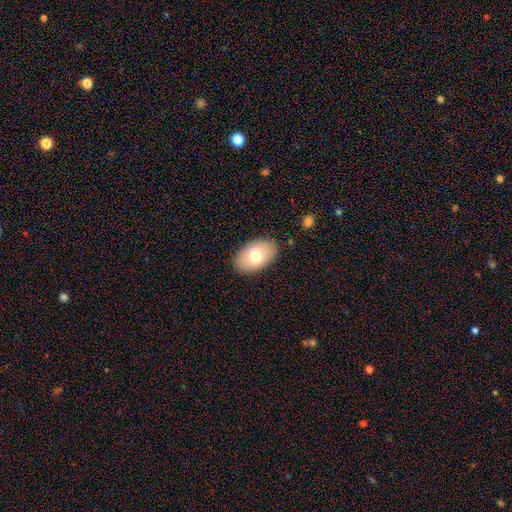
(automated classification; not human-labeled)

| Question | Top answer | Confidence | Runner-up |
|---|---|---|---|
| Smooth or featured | smooth | 72% | featured or disk (22%) |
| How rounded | in between | 92% | round (6%) |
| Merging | none | 86% | minor disturbance (10%) |